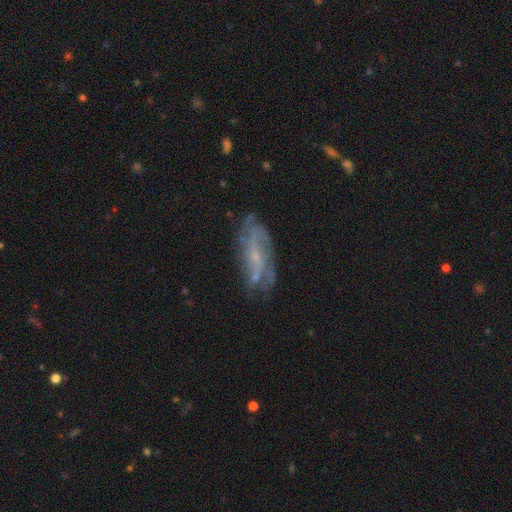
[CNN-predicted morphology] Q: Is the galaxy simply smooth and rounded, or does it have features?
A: featured or disk — 71%.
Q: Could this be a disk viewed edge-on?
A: no — 86%.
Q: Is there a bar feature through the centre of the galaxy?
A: no — 58%.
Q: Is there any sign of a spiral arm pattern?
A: yes — 81%.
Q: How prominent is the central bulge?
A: small — 68%.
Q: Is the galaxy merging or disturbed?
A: none — 67%.